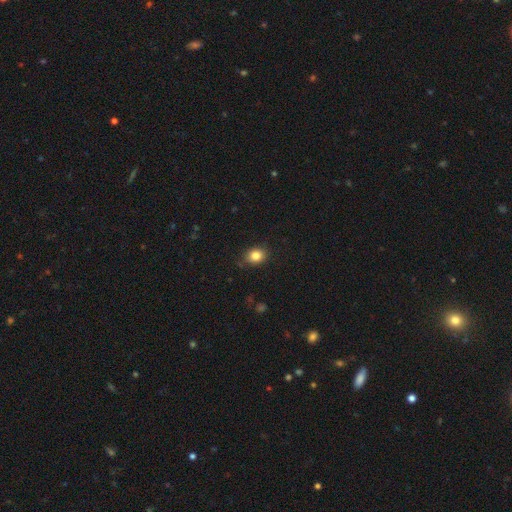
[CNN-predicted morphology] Overall: smooth (84%). How rounded: round (55%; in between 44%). Merging: none (84%).